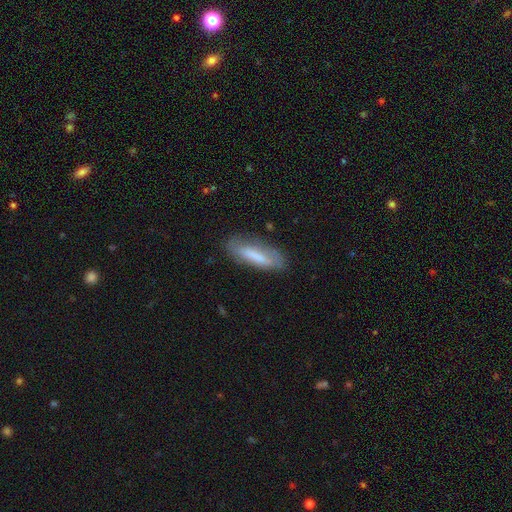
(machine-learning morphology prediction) smooth_or_featured: smooth (p=0.68) [alt: featured or disk p=0.25]
how_rounded: cigar-shaped (p=0.60) [alt: in between p=0.39]
merging: none (p=0.73) [alt: minor disturbance p=0.19]